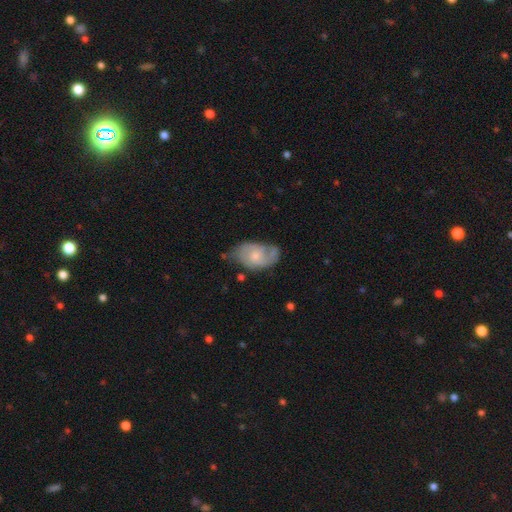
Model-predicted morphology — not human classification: type=featured or disk (68%); edge-on=no (97%); bar=no (65%); spiral arms=yes (89%); winding=medium (47%); arm count=2 (69%); bulge=small (55%); merging=none (58%).